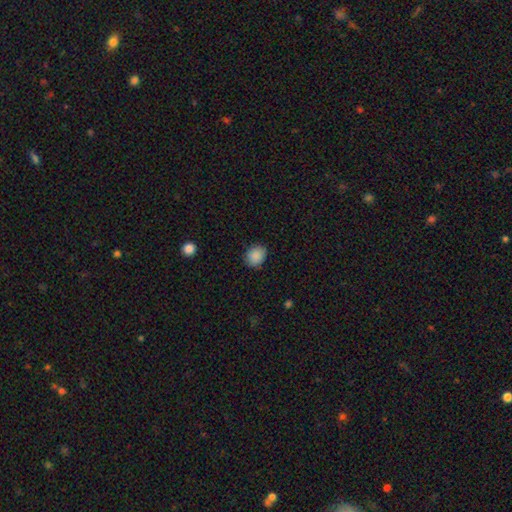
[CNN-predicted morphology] Smooth or featured? Predicted: smooth (p=0.88). How rounded? Predicted: round (p=0.62). Merging? Predicted: none (p=0.86).